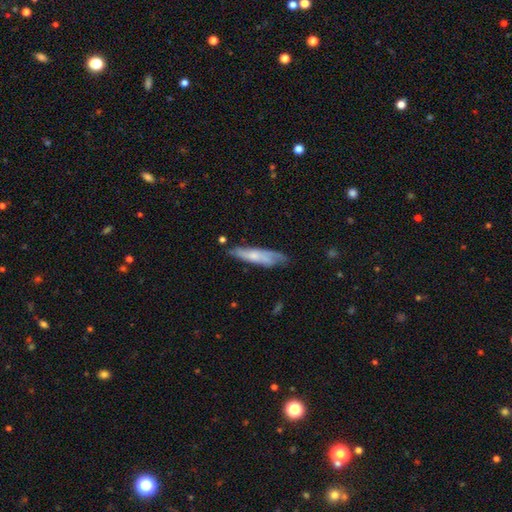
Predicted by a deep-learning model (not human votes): Smooth or featured? Predicted: smooth (p=0.52). How rounded? Predicted: cigar-shaped (p=0.77). Merging? Predicted: none (p=0.62).